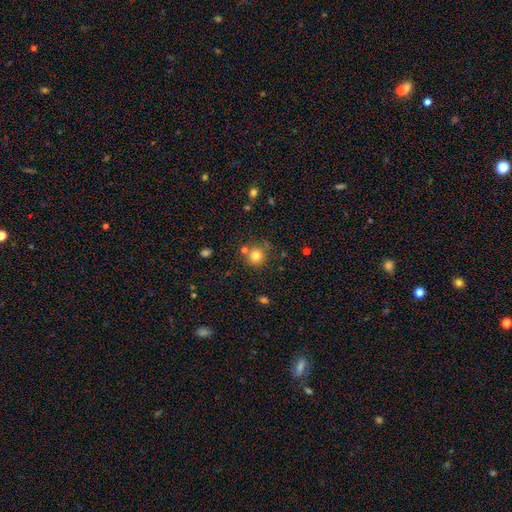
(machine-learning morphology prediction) Smooth or featured? Predicted: smooth (p=0.79). How rounded? Predicted: round (p=0.92). Merging? Predicted: none (p=0.72).